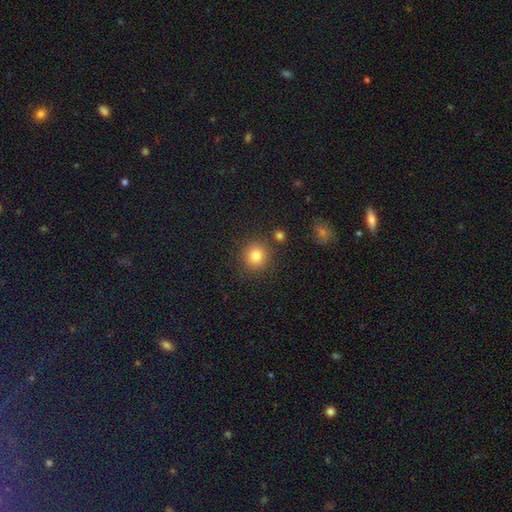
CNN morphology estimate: A smooth galaxy with no disk features (83%) that is round (87%). Merging: none (84%).